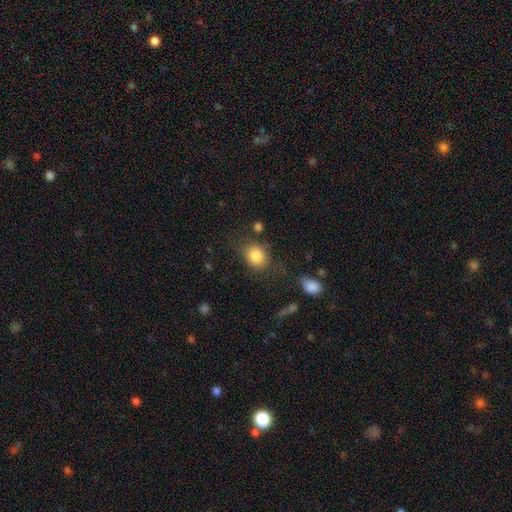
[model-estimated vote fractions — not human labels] smooth_or_featured: smooth (p=0.85) [alt: star or artifact p=0.09]
how_rounded: round (p=0.60) [alt: in between p=0.39]
merging: none (p=0.71) [alt: minor disturbance p=0.17]